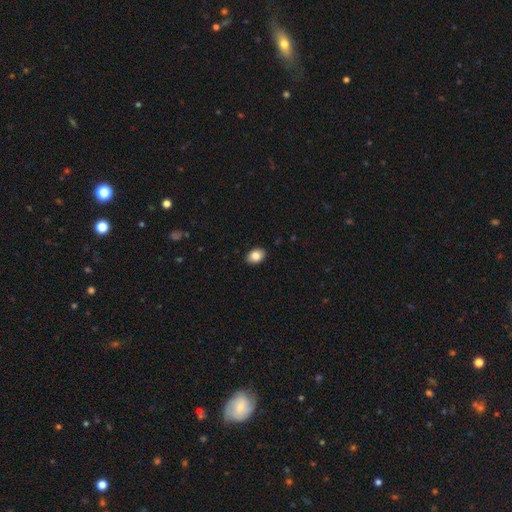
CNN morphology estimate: A smooth galaxy with no disk features (85%) that is in between round and cigar-shaped (79%).

Vote fractions:
- Smooth or featured? smooth: 85% / star or artifact: 8% / featured or disk: 7%
- How rounded? in between: 79% / round: 20% / cigar-shaped: 1%
- Merging? none: 90% / minor disturbance: 7% / major disturbance: 2% / merger: 1%